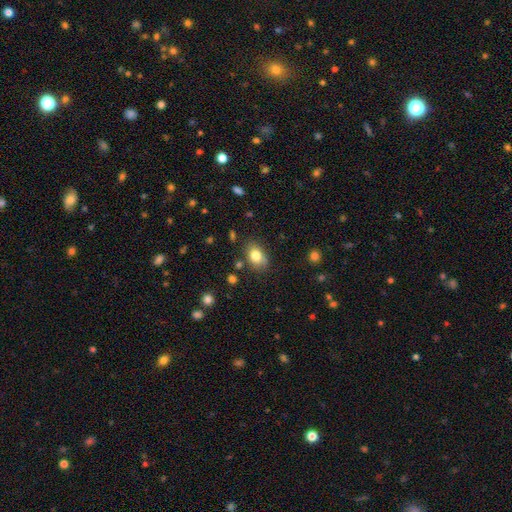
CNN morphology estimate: smooth 81%, featured or disk 10%, star or artifact 9%. Down the decision tree: how rounded — in between (76%); merging — none (77%).